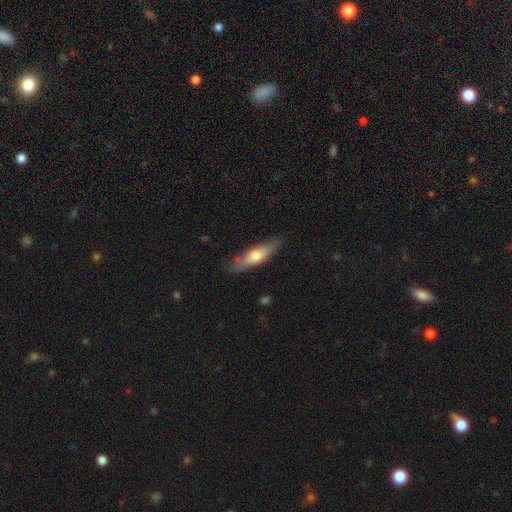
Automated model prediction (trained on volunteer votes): smooth-or-featured: smooth: 60% | featured or disk: 34% | star or artifact: 6%
  how-rounded: cigar-shaped: 67% | in between: 31% | round: 2%
  merging: none: 78% | minor disturbance: 17% | major disturbance: 4% | merger: 2%